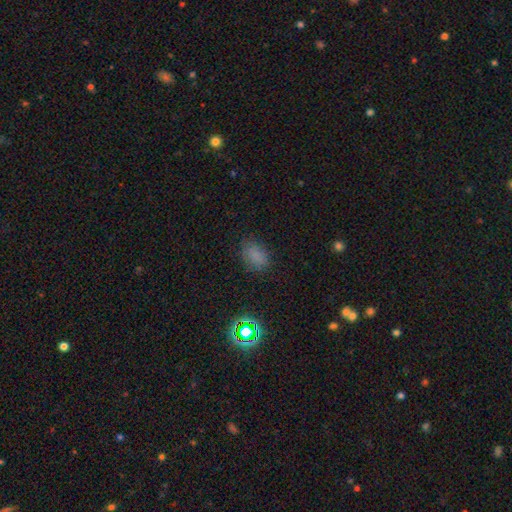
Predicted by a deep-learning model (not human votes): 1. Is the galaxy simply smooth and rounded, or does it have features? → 74% smooth, 19% star or artifact, 7% featured or disk.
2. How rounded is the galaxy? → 78% in between, 21% round, 1% cigar-shaped.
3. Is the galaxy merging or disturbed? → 78% none, 16% minor disturbance, 5% major disturbance, 1% merger.